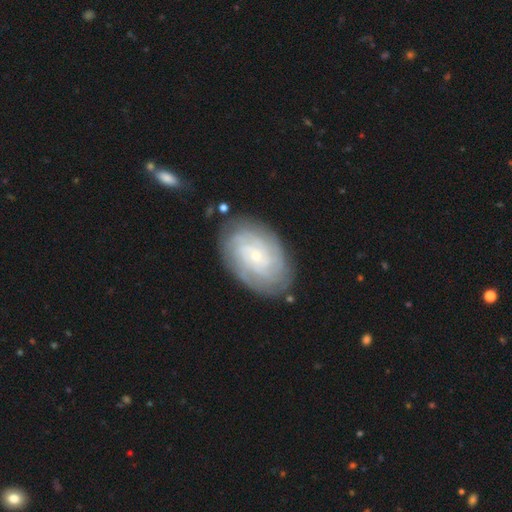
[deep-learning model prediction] A featured or disk galaxy (80%) with no bar (71%), tight (77%) spiral arms (95%) and a small central bulge (79%).

Vote fractions:
- Smooth or featured? featured or disk: 80% / smooth: 14% / star or artifact: 6%
- Edge-on disk? no: 97% / yes: 3%
- Bar? no: 71% / weak: 24% / strong: 5%
- Spiral arms? yes: 95% / no: 5%
- Spiral winding? tight: 77% / medium: 18% / loose: 4%
- Spiral arm count? can't tell: 40% / 4: 20% / more than 4: 12% / 3: 12% / 2: 10% / 1: 6%
- Bulge size? small: 79% / moderate: 16% / none: 2% / large: 1% / dominant: 1%
- Merging? none: 81% / minor disturbance: 14% / major disturbance: 4% / merger: 2%